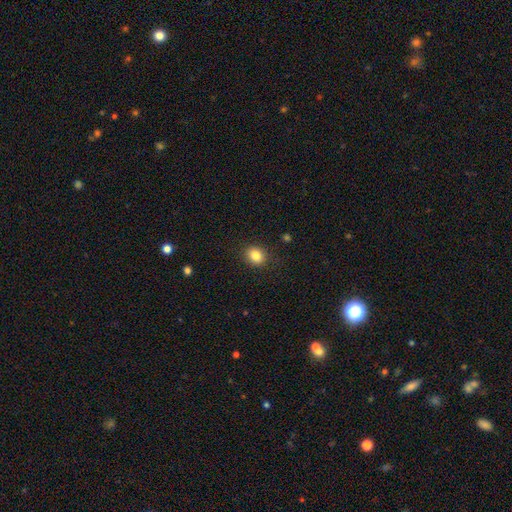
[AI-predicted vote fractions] A smooth galaxy with no disk features (84%) that is round (56%). Merging: none (86%).